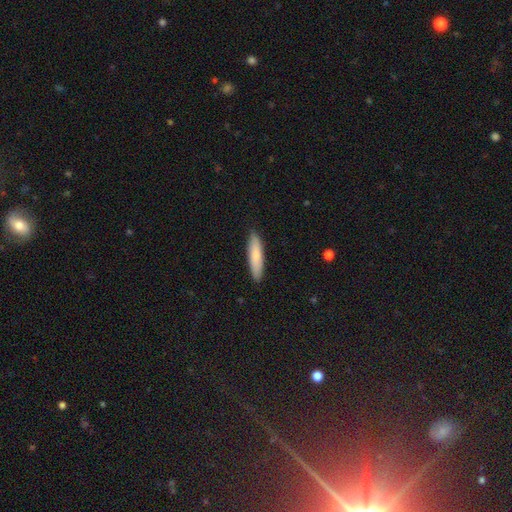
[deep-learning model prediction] smooth 82%, featured or disk 13%, star or artifact 5%. Down the decision tree: how rounded — cigar-shaped (76%); merging — none (89%).